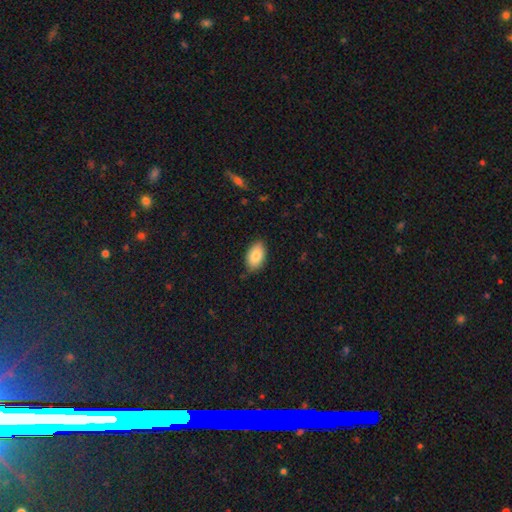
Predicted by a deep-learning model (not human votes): Smooth or featured? Predicted: smooth (p=0.84). How rounded? Predicted: in between (p=0.93). Merging? Predicted: none (p=0.84).